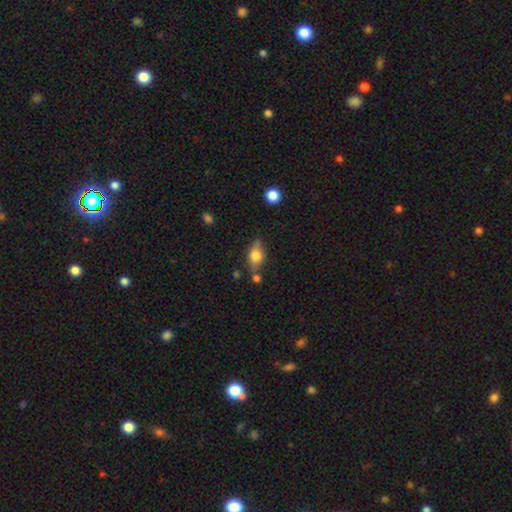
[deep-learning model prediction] smooth_or_featured: smooth (p=0.62) [alt: featured or disk p=0.29]
how_rounded: in between (p=0.75) [alt: round p=0.16]
merging: none (p=0.65) [alt: minor disturbance p=0.20]